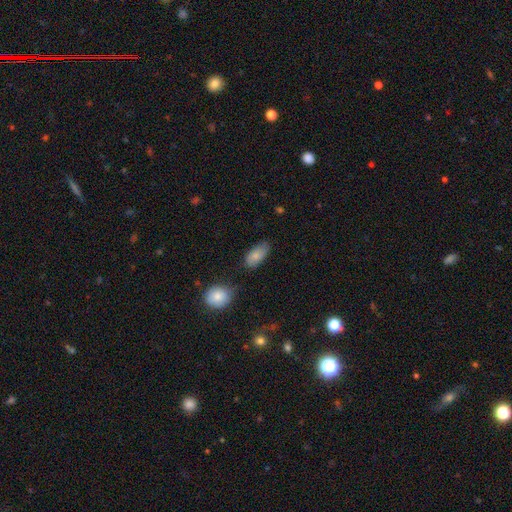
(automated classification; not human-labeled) Q: Smooth or featured?
A: smooth (82%); runner-up: featured or disk (10%)
Q: How rounded?
A: in between (92%); runner-up: cigar-shaped (5%)
Q: Merging?
A: none (67%); runner-up: minor disturbance (23%)